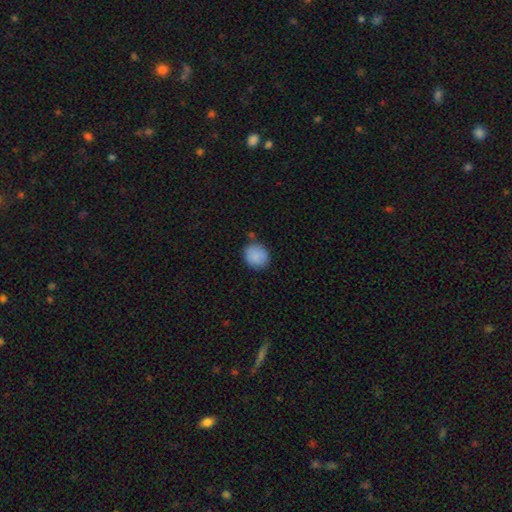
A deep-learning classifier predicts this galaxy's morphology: A smooth galaxy with no disk features (87%) that is round (76%).

Vote fractions:
- Smooth or featured? smooth: 87% / star or artifact: 7% / featured or disk: 5%
- How rounded? round: 76% / in between: 23% / cigar-shaped: 1%
- Merging? none: 75% / minor disturbance: 17% / merger: 5% / major disturbance: 4%